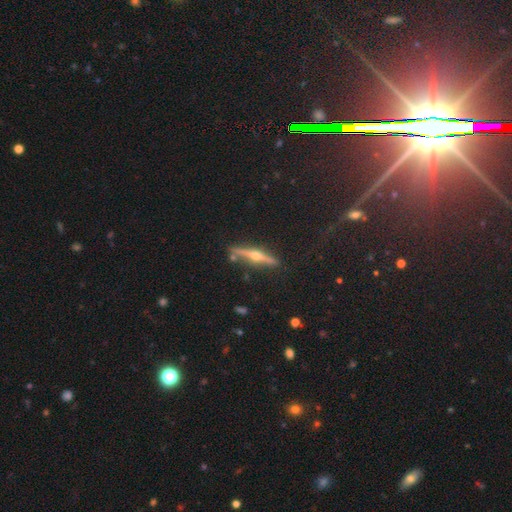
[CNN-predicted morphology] This appears to be a featured or disk galaxy (77%) viewed edge-on (97%) with a rounded central bulge (94%). Merging: none (86%).